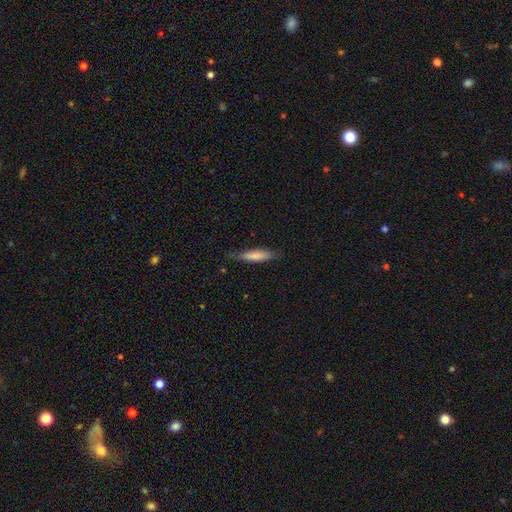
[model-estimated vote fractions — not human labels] A smooth galaxy with no disk features (77%) that is cigar-shaped (74%). Merging: none (73%).